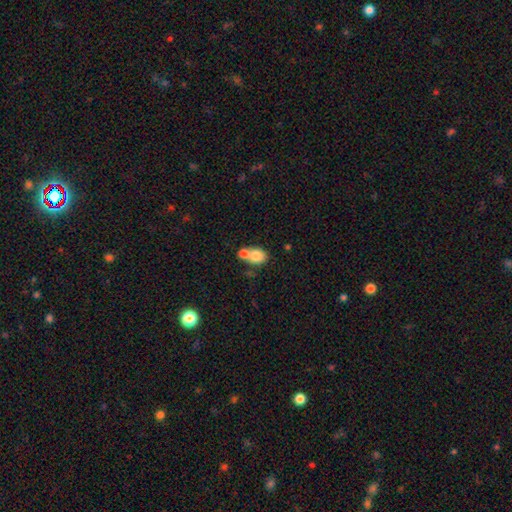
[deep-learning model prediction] Smooth or featured? smooth (79%)
How rounded? round (56%)
Merging? merger (50%)